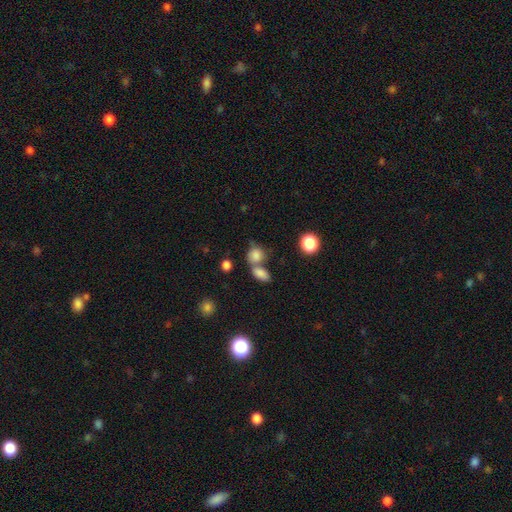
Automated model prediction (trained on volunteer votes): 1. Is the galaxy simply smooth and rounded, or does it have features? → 82% smooth, 10% star or artifact, 8% featured or disk.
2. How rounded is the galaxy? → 53% round, 45% in between, 2% cigar-shaped.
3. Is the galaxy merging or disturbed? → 45% merger, 39% none, 11% minor disturbance, 5% major disturbance.